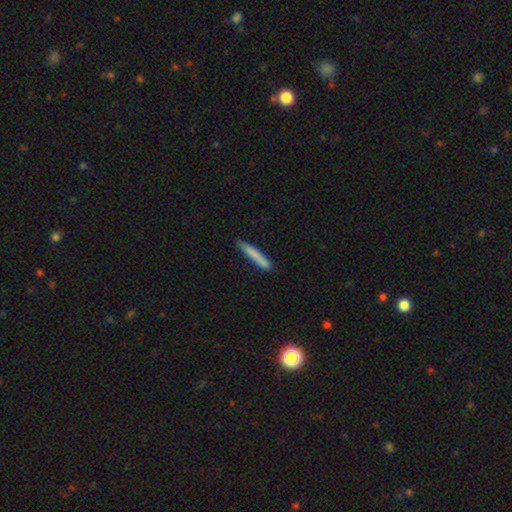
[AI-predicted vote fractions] Smooth or featured?
  - smooth: 78% *
  - featured or disk: 16%
  - star or artifact: 6%
How rounded?
  - cigar-shaped: 95% *
  - in between: 3%
  - round: 1%
Merging?
  - none: 82% *
  - minor disturbance: 14%
  - merger: 2%
  - major disturbance: 2%